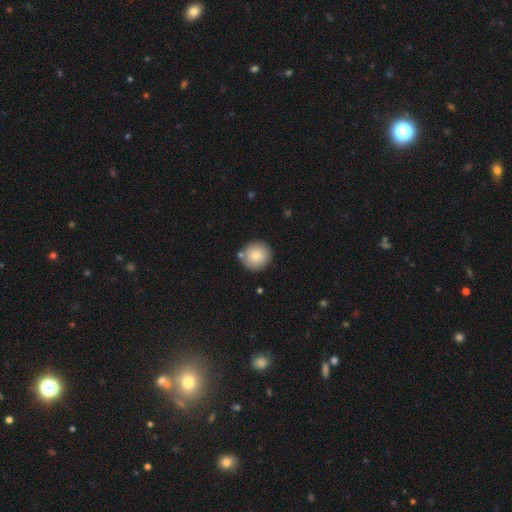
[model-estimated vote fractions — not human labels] smooth-or-featured: smooth: 83% | featured or disk: 9% | star or artifact: 8%
  how-rounded: round: 93% | in between: 6% | cigar-shaped: 1%
  merging: none: 82% | minor disturbance: 9% | merger: 7% | major disturbance: 2%